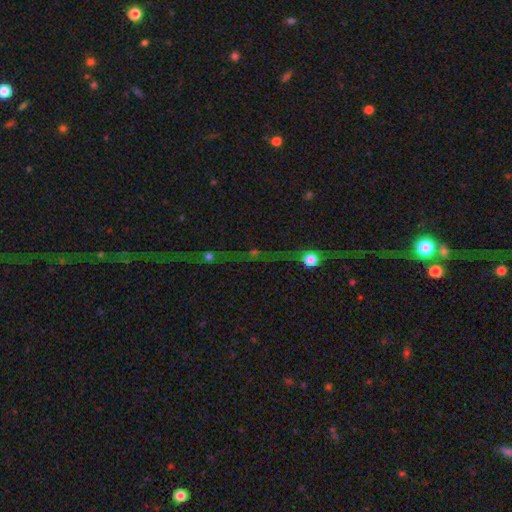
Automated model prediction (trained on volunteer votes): A star or artifact, not a galaxy (70%).